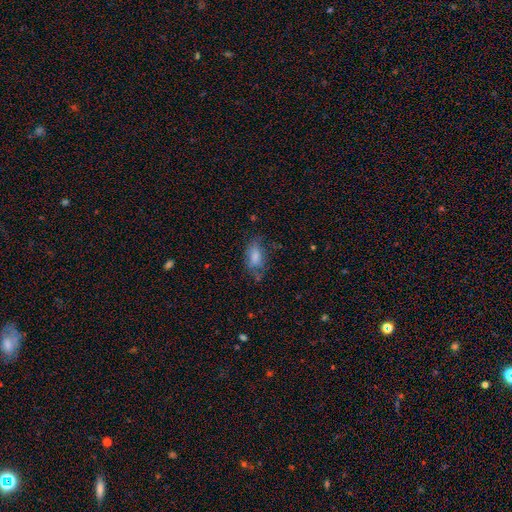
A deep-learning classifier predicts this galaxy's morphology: type=smooth (61%); roundness=in between (80%); merging=none (62%).